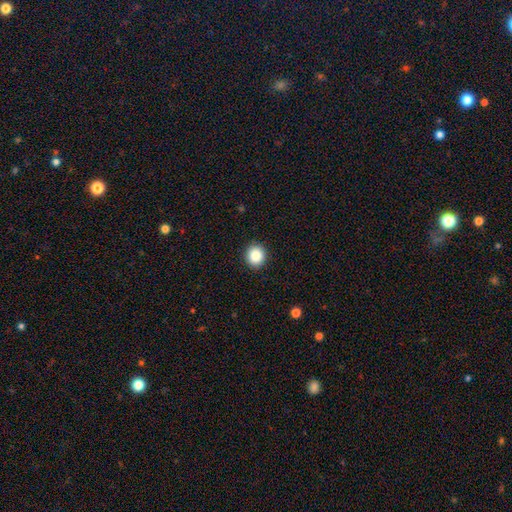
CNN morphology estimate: This appears to be a smooth galaxy with no disk features (87%) that is round (84%). Merging: none (92%).